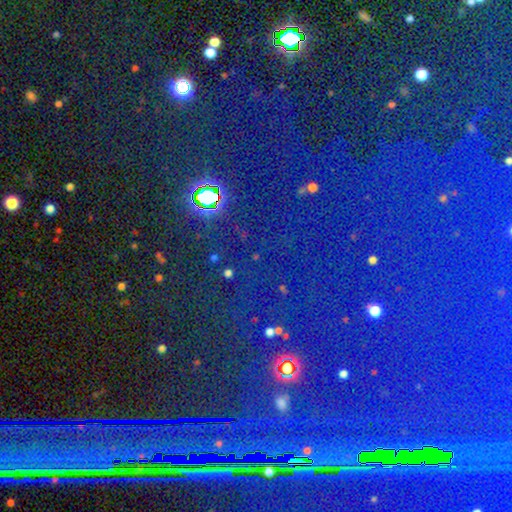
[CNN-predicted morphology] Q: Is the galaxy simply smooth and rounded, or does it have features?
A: star or artifact — 78%.